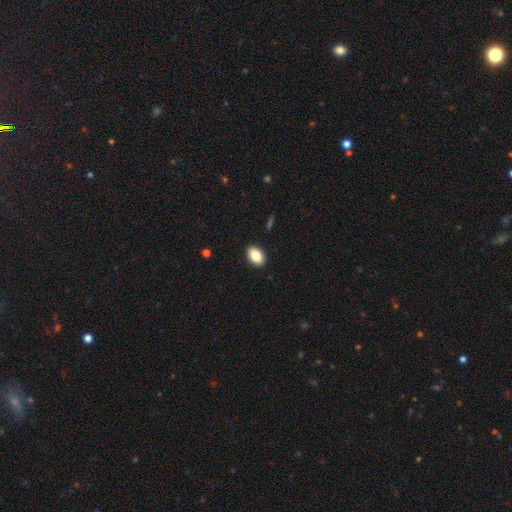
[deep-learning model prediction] Smooth or featured? Predicted: smooth (p=0.84). How rounded? Predicted: in between (p=0.86). Merging? Predicted: none (p=0.91).